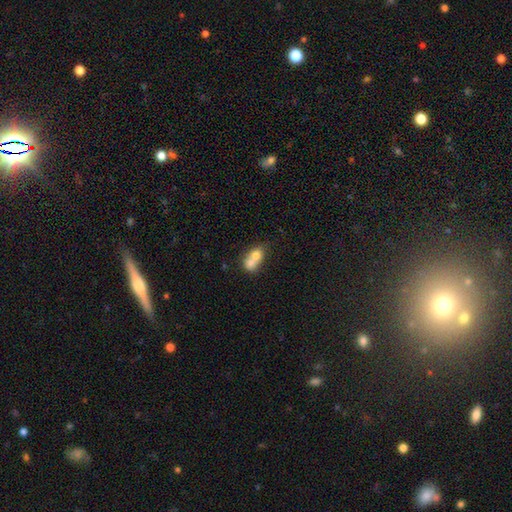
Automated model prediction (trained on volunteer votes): The model was most divided on "how rounded": round: 50%, in between: 48%, cigar-shaped: 2%. More confident: merging — merger (75%); smooth or featured — smooth (69%).